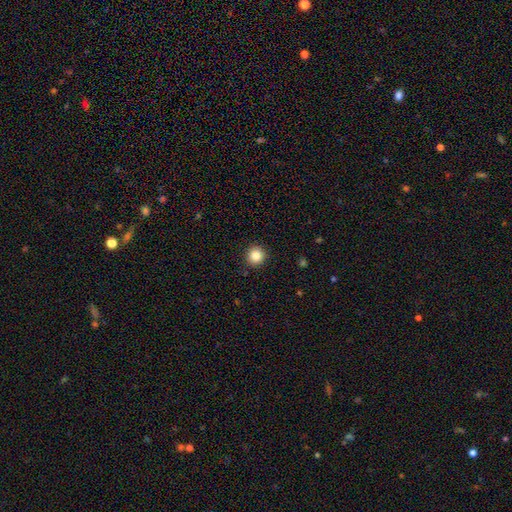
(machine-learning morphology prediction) Smooth or featured? smooth (85%)
How rounded? round (94%)
Merging? none (92%)